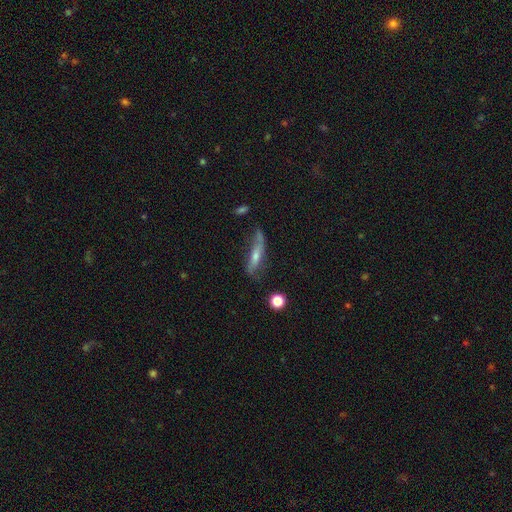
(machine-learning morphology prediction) smooth-or-featured: featured or disk: 55% | smooth: 37% | star or artifact: 9%
  disk-edge-on: yes: 63% | no: 37%
  merging: none: 52% | minor disturbance: 29% | major disturbance: 15% | merger: 5%